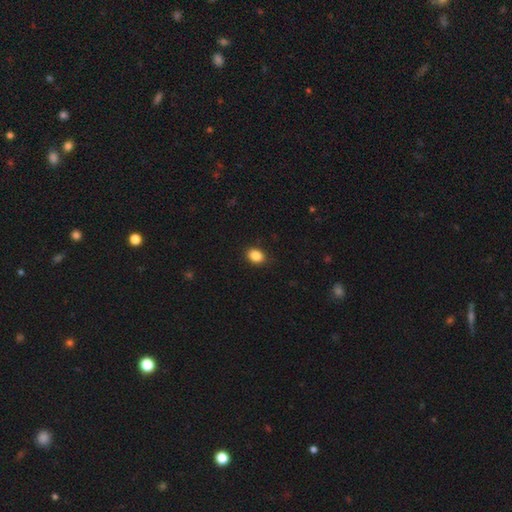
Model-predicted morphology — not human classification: smooth 87%, star or artifact 9%, featured or disk 4%. Down the decision tree: how rounded — in between (62%); merging — none (88%).